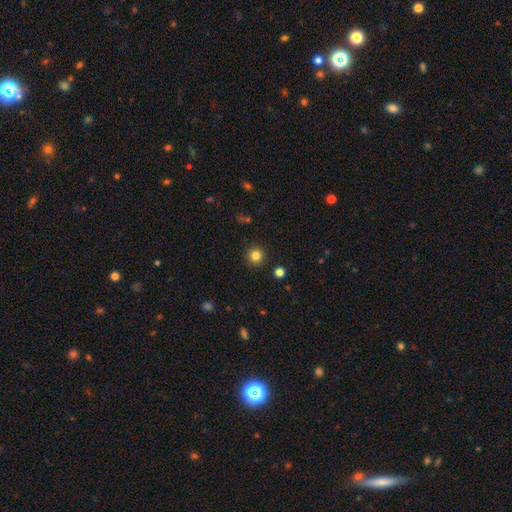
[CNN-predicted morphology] Q: Smooth or featured?
A: smooth (83%); runner-up: star or artifact (12%)
Q: How rounded?
A: round (95%); runner-up: in between (4%)
Q: Merging?
A: none (92%); runner-up: minor disturbance (5%)